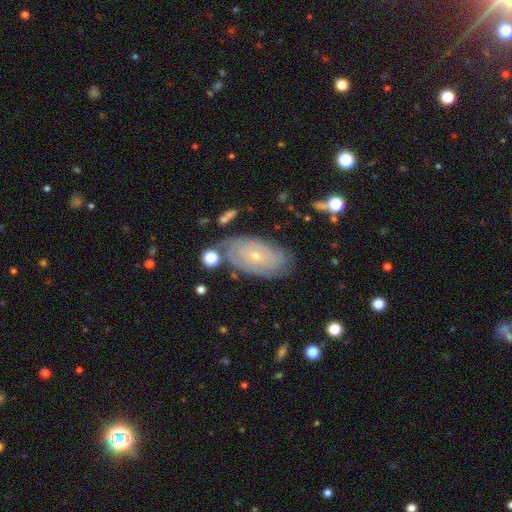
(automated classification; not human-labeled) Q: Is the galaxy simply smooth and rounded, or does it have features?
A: featured or disk — 71%.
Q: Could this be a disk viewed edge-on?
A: no — 93%.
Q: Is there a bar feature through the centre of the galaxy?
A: no — 84%.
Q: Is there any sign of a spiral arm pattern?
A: yes — 84%.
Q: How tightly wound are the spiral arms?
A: tight — 81%.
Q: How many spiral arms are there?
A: can't tell — 56%.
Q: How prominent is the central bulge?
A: small — 77%.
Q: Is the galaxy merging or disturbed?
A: none — 75%.